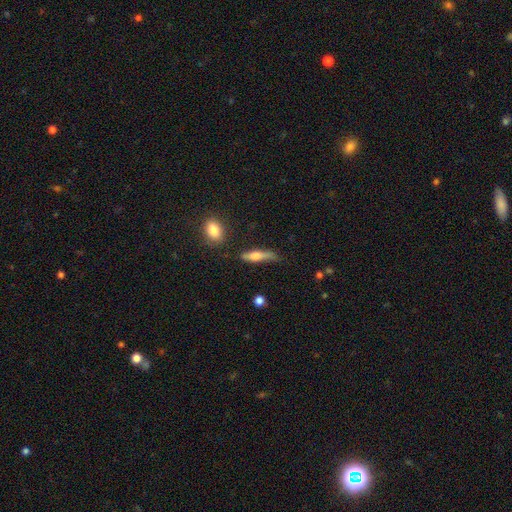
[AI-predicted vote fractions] This appears to be a smooth galaxy with no disk features (62%) that is cigar-shaped (74%). Merging: none (53%).